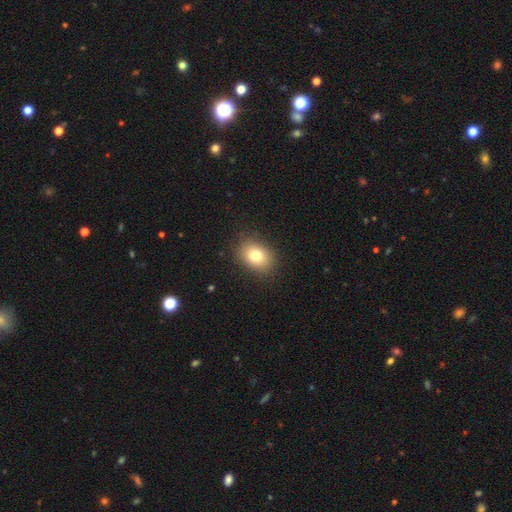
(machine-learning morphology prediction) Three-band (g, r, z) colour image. It shows a smooth galaxy with no disk features (79%) that is in between round and cigar-shaped (64%). Merging: none (88%).